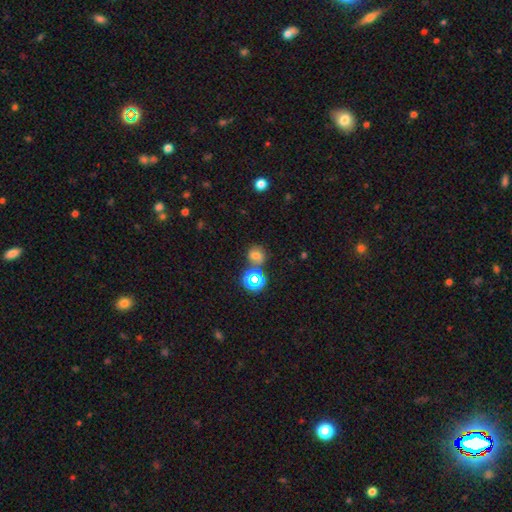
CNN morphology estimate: This appears to be a smooth galaxy with no disk features (62%) that is round (79%). Merging: none (66%).